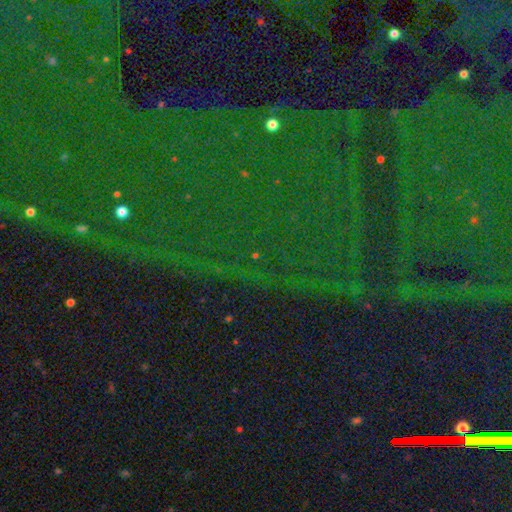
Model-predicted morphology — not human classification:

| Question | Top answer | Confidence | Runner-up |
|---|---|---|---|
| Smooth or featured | star or artifact | 82% | smooth (10%) |